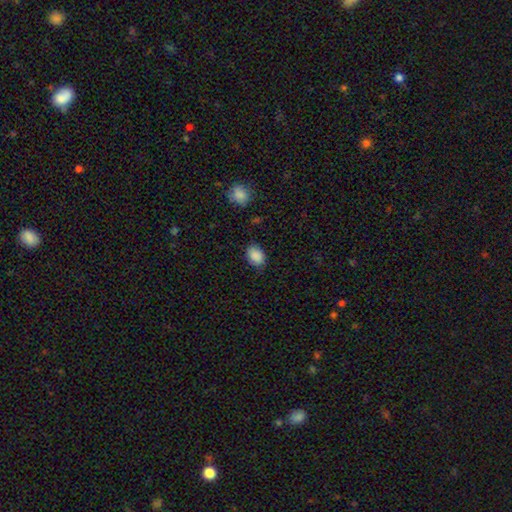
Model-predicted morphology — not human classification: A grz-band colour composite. It shows a smooth galaxy with no disk features (88%) that is in between round and cigar-shaped (75%). Merging: none (77%).